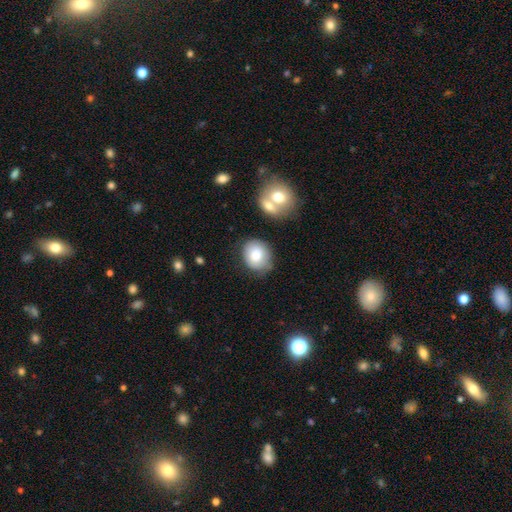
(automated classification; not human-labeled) Q: Smooth or featured?
A: smooth (81%); runner-up: featured or disk (12%)
Q: How rounded?
A: round (60%); runner-up: in between (39%)
Q: Merging?
A: none (70%); runner-up: minor disturbance (19%)